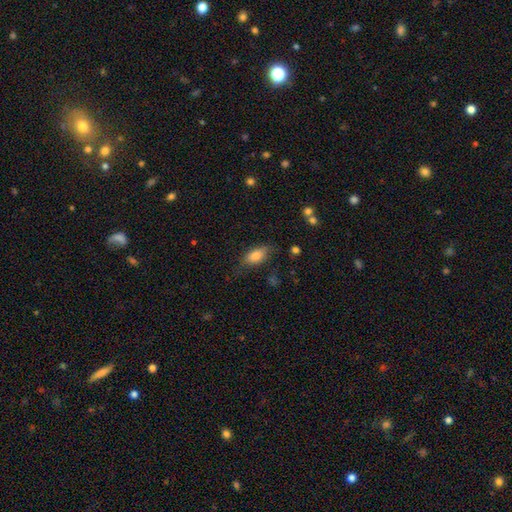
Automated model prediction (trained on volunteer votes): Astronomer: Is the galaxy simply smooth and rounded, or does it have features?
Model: smooth — 79%.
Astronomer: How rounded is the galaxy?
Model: in between — 86%.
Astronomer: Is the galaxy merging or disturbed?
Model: none — 72%.